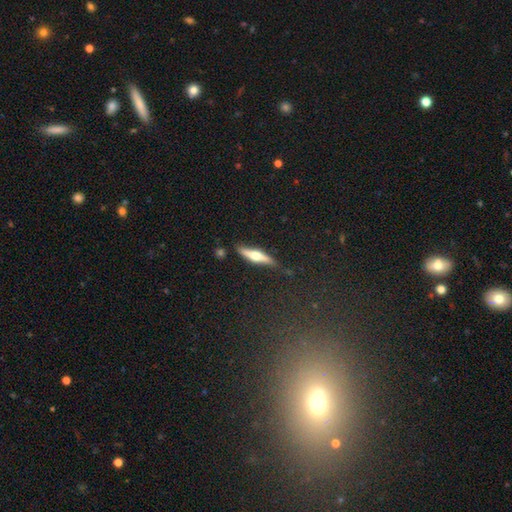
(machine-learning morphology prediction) featured or disk 59%, smooth 35%, star or artifact 6%. Down the decision tree: edge-on disk — yes (92%); edge-on bulge — rounded (91%); merging — none (79%).